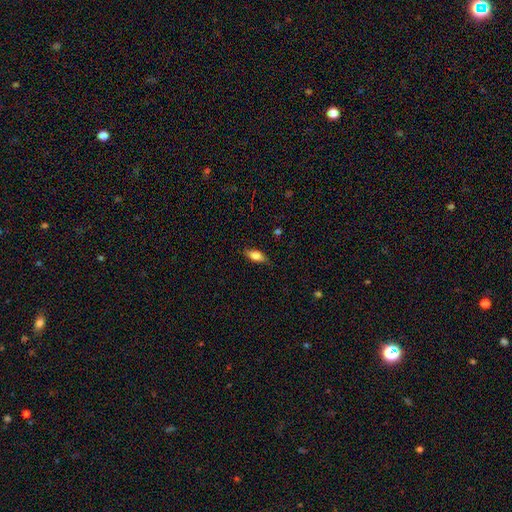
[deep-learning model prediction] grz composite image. It shows a smooth galaxy with no disk features (78%) that is in between round and cigar-shaped (82%). Merging: none (79%).